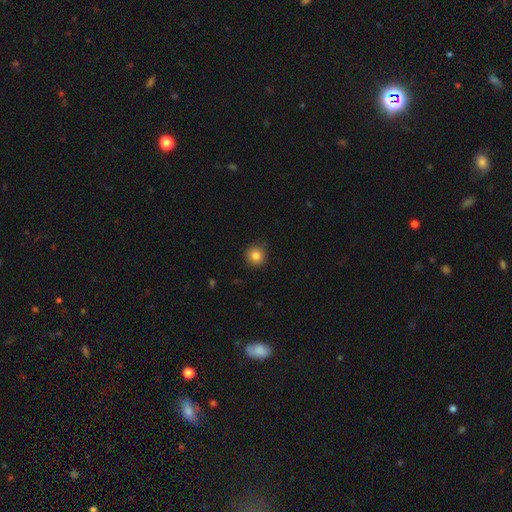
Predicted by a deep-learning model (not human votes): Smooth or featured? smooth (83%)
How rounded? round (93%)
Merging? none (87%)